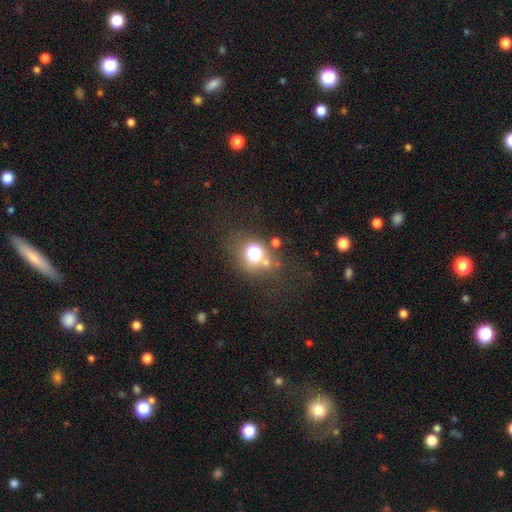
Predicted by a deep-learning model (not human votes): smooth-or-featured: smooth: 59% | star or artifact: 26% | featured or disk: 15%
  how-rounded: round: 73% | in between: 26% | cigar-shaped: 1%
  merging: none: 54% | merger: 25% | minor disturbance: 12% | major disturbance: 9%